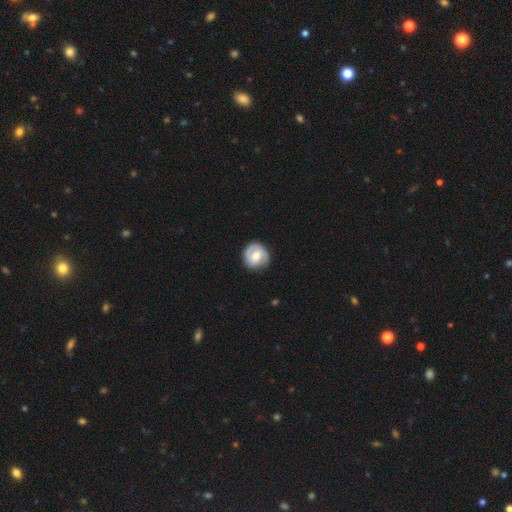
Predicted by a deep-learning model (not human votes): Smooth or featured? Predicted: featured or disk (p=0.59). Edge-on disk? Predicted: no (p=0.97). Bar? Predicted: weak (p=0.47). Spiral arms? Predicted: yes (p=0.83). Bulge size? Predicted: moderate (p=0.60). Merging? Predicted: none (p=0.80).